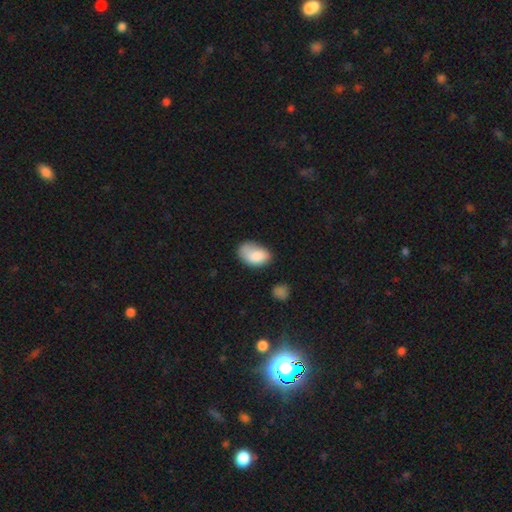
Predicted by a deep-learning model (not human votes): Morphology: type=smooth (83%); roundness=in between (90%); merging=none (49%).